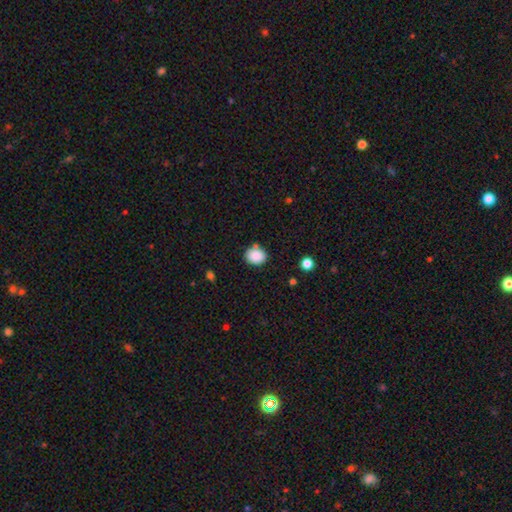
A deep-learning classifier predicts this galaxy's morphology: Smooth or featured?
  - smooth: 87% *
  - star or artifact: 9%
  - featured or disk: 4%
How rounded?
  - round: 62% *
  - in between: 37%
  - cigar-shaped: 1%
Merging?
  - none: 77% *
  - minor disturbance: 13%
  - merger: 7%
  - major disturbance: 3%